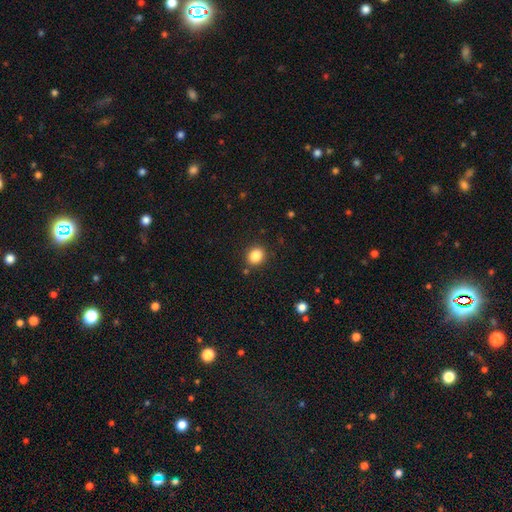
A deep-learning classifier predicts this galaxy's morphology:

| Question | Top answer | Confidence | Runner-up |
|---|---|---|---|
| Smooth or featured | smooth | 86% | star or artifact (10%) |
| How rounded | round | 63% | in between (36%) |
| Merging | none | 87% | minor disturbance (8%) |